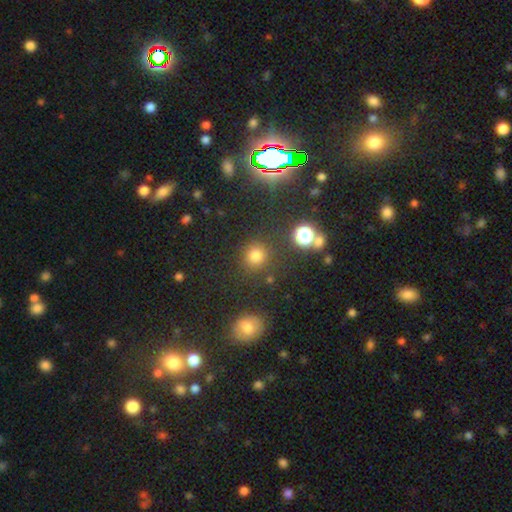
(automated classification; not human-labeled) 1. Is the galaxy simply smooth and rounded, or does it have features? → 75% smooth, 20% star or artifact, 6% featured or disk.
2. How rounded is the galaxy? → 90% round, 9% in between, 1% cigar-shaped.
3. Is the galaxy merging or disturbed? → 83% none, 8% minor disturbance, 5% merger, 4% major disturbance.